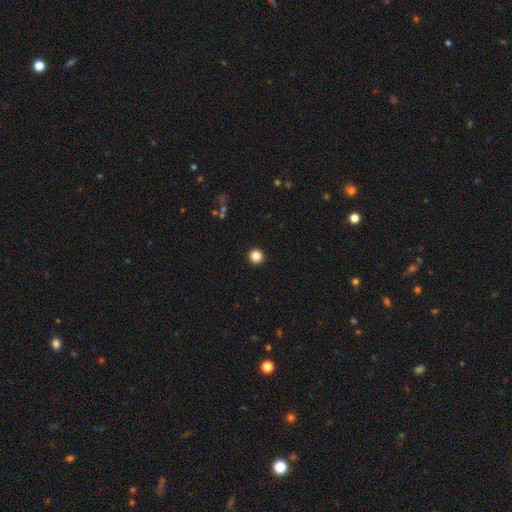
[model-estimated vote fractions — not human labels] The model was most divided on "smooth or featured": smooth: 86%, star or artifact: 11%, featured or disk: 4%. More confident: how rounded — round (96%); merging — none (94%).